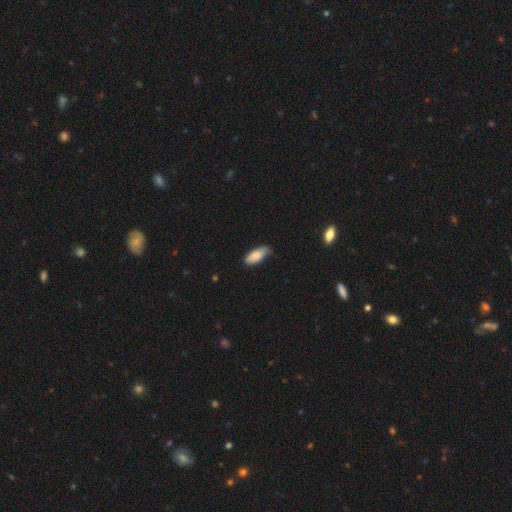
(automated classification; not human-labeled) smooth 86%, featured or disk 8%, star or artifact 6%. Down the decision tree: how rounded — in between (85%); merging — none (60%).